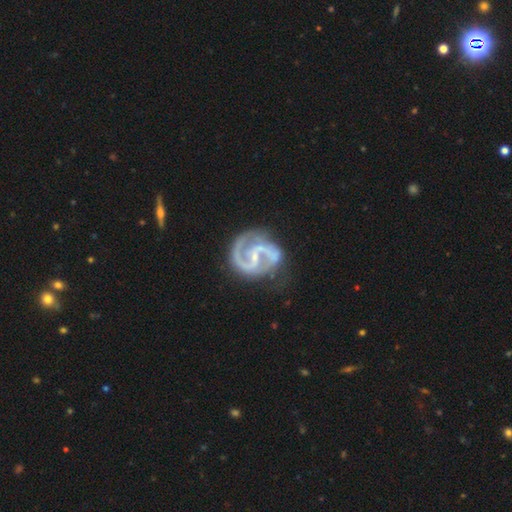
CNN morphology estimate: Smooth or featured?
  - featured or disk: 93% *
  - star or artifact: 4%
  - smooth: 3%
Edge-on disk?
  - no: 98% *
  - yes: 2%
Bar?
  - weak: 45% *
  - strong: 33%
  - no: 22%
Spiral arms?
  - yes: 98% *
  - no: 2%
Spiral winding?
  - medium: 61% *
  - tight: 25%
  - loose: 15%
Spiral arm count?
  - 2: 92% *
  - can't tell: 2%
  - 3: 2%
  - 1: 2%
  - 4: 1%
  - more than 4: 1%
Bulge size?
  - small: 66% *
  - moderate: 18%
  - none: 14%
  - large: 1%
  - dominant: 1%
Merging?
  - none: 64% *
  - minor disturbance: 21%
  - major disturbance: 11%
  - merger: 4%